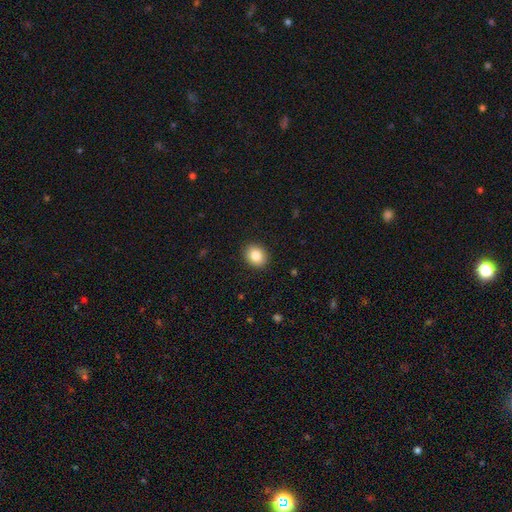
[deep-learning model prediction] smooth_or_featured: smooth (p=0.84) [alt: star or artifact p=0.09]
how_rounded: round (p=0.59) [alt: in between p=0.41]
merging: none (p=0.91) [alt: minor disturbance p=0.06]